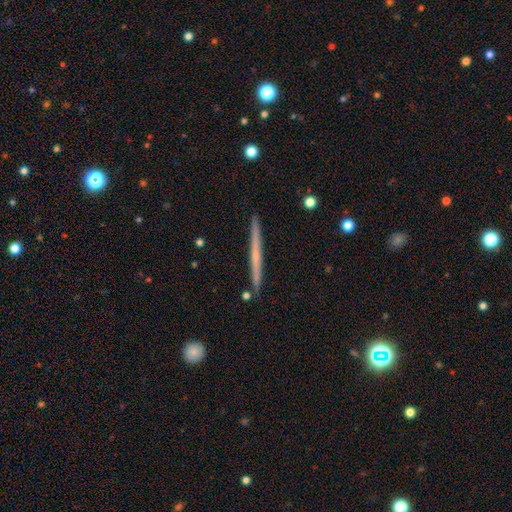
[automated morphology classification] type=featured or disk (60%); edge-on=yes (98%); edge-on bulge=none (72%); merging=none (91%).